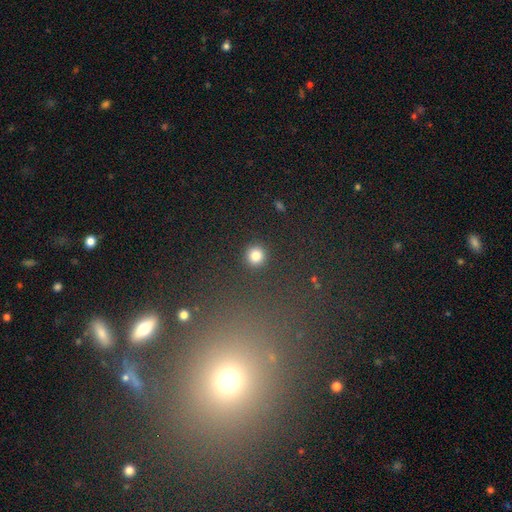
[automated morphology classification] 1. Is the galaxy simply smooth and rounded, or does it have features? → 84% smooth, 12% star or artifact, 5% featured or disk.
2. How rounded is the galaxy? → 94% round, 5% in between, 1% cigar-shaped.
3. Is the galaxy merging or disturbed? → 91% none, 5% minor disturbance, 2% major disturbance, 2% merger.